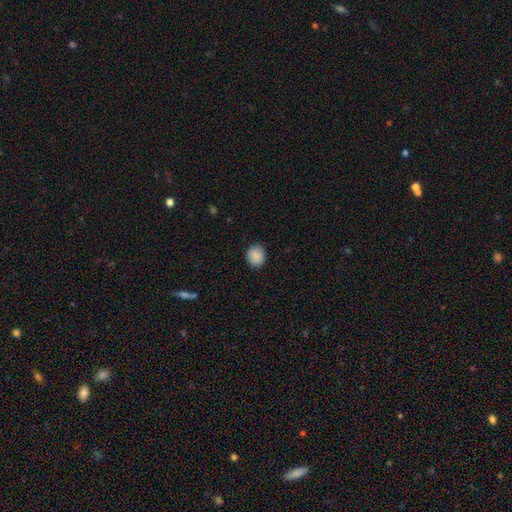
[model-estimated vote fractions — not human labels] Smooth or featured?
  - smooth: 89% *
  - star or artifact: 8%
  - featured or disk: 3%
How rounded?
  - round: 76% *
  - in between: 23%
  - cigar-shaped: 1%
Merging?
  - none: 89% *
  - minor disturbance: 8%
  - major disturbance: 2%
  - merger: 1%